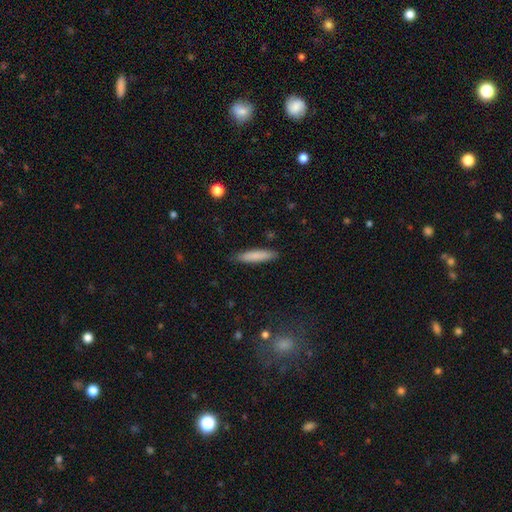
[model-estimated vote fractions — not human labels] Smooth or featured?
  - smooth: 82% *
  - featured or disk: 11%
  - star or artifact: 6%
How rounded?
  - cigar-shaped: 85% *
  - in between: 14%
  - round: 1%
Merging?
  - none: 88% *
  - minor disturbance: 9%
  - major disturbance: 2%
  - merger: 1%